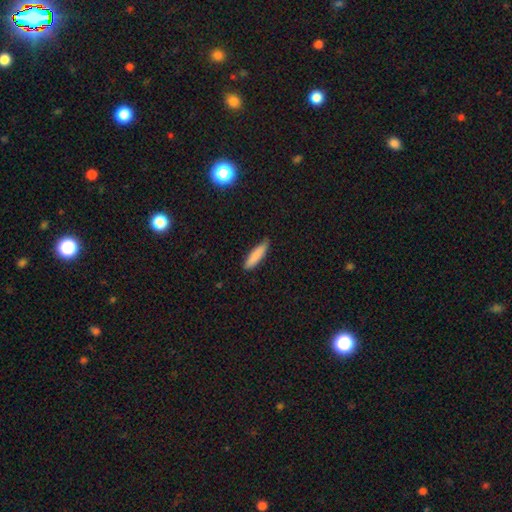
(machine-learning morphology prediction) smooth-or-featured: smooth: 85% | featured or disk: 9% | star or artifact: 6%
  how-rounded: cigar-shaped: 73% | in between: 26% | round: 1%
  merging: none: 78% | minor disturbance: 18% | major disturbance: 2% | merger: 1%